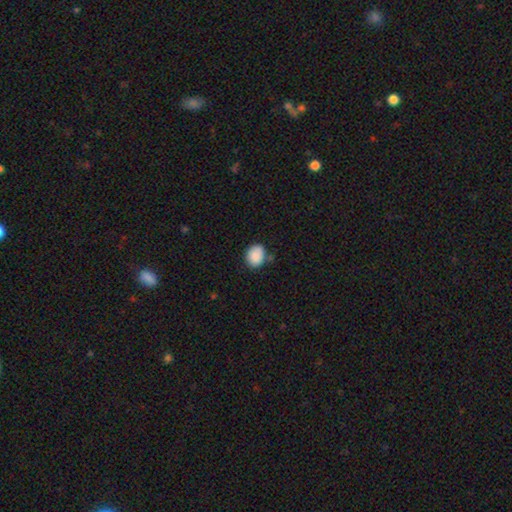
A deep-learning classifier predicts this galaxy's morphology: type=smooth (88%); roundness=round (50%, tied with in between); merging=none (75%).